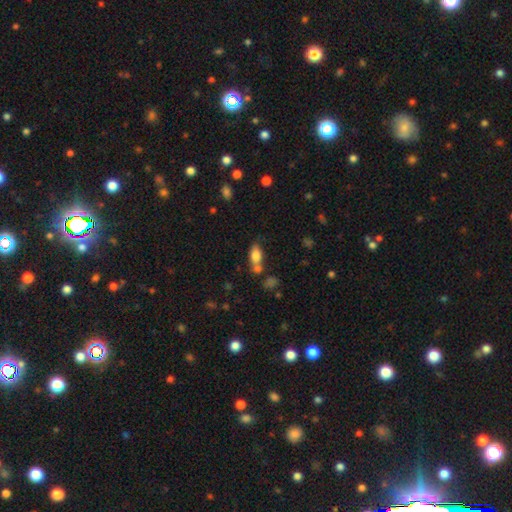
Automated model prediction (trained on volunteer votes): Smooth or featured?
  - smooth: 80% *
  - featured or disk: 11%
  - star or artifact: 9%
How rounded?
  - in between: 86% *
  - cigar-shaped: 8%
  - round: 6%
Merging?
  - none: 47% *
  - merger: 32%
  - minor disturbance: 15%
  - major disturbance: 6%